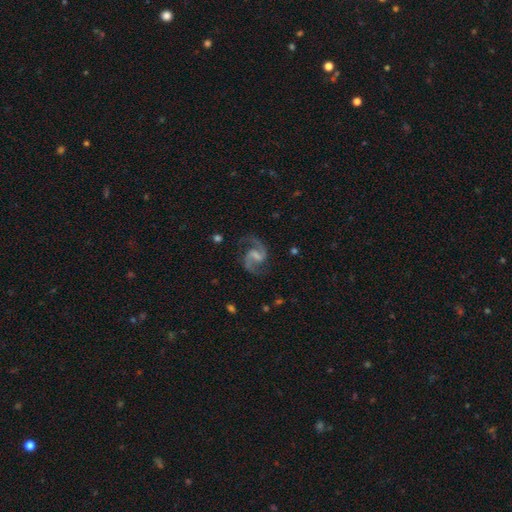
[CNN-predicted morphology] featured or disk 91%, star or artifact 5%, smooth 4%. Down the decision tree: edge-on disk — no (98%); bar — weak (55%); spiral arms — yes (98%); spiral arm count — 2 (94%); spiral winding — medium (59%); bulge size — none (38%); merging — none (78%).